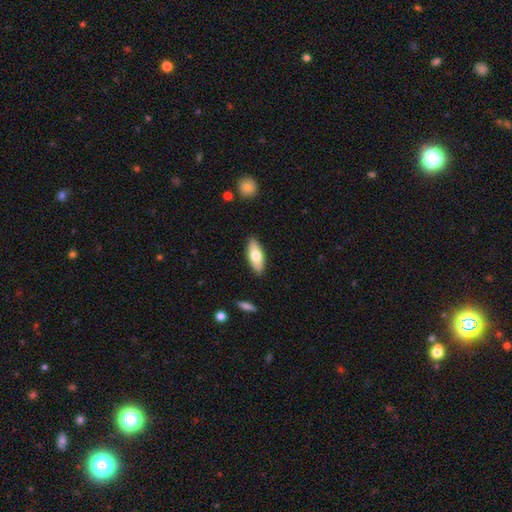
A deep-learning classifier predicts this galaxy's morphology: Smooth or featured?
  - smooth: 70% *
  - featured or disk: 24%
  - star or artifact: 6%
How rounded?
  - in between: 75% *
  - cigar-shaped: 23%
  - round: 2%
Merging?
  - none: 88% *
  - minor disturbance: 9%
  - major disturbance: 2%
  - merger: 1%